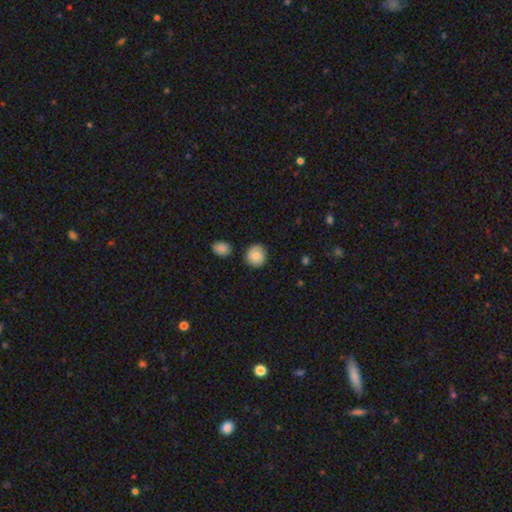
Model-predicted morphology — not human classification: Smooth or featured? Predicted: smooth (p=0.83). How rounded? Predicted: round (p=0.88). Merging? Predicted: none (p=0.84).